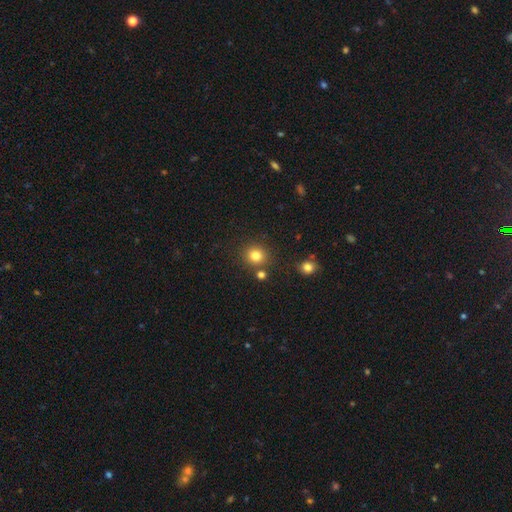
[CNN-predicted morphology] This is clearly a smooth galaxy (81%). How rounded: clearly round (89%). Merging: clearly none (81%).